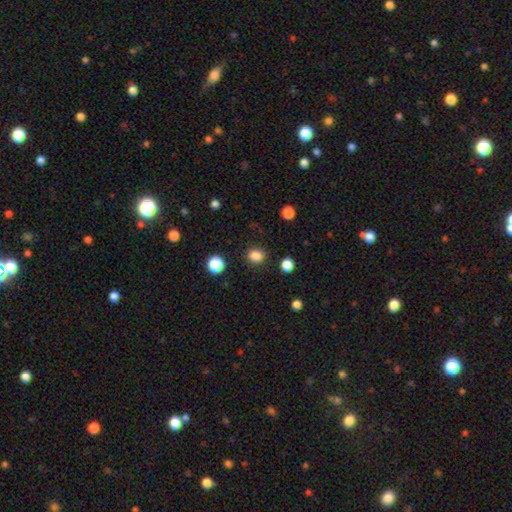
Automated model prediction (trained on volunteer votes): Smooth or featured? smooth (85%)
How rounded? round (69%)
Merging? none (88%)